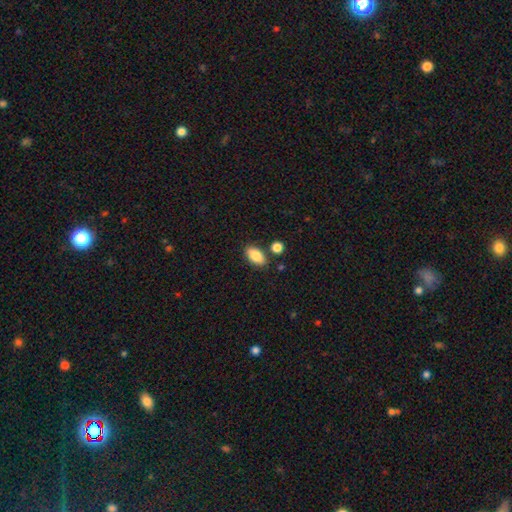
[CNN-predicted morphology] Smooth or featured? smooth (85%)
How rounded? in between (90%)
Merging? none (79%)